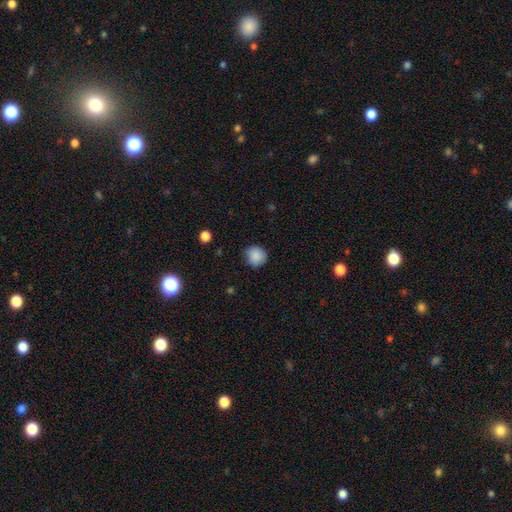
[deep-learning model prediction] smooth 88%, star or artifact 9%, featured or disk 4%. Down the decision tree: how rounded — round (90%); merging — none (82%).